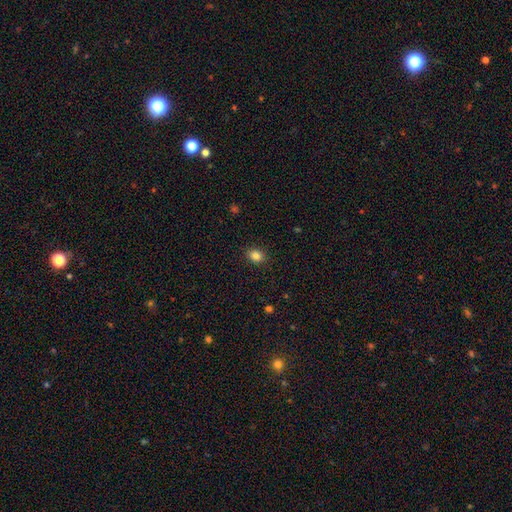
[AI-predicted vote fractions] smooth 85%, star or artifact 11%, featured or disk 5%. Down the decision tree: how rounded — round (50%); merging — none (89%).